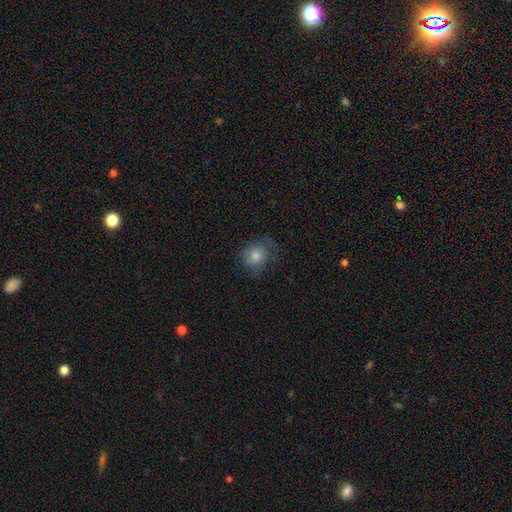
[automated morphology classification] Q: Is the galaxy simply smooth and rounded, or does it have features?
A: smooth — 73%.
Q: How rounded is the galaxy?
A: round — 77%.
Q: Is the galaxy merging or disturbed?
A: none — 63%.